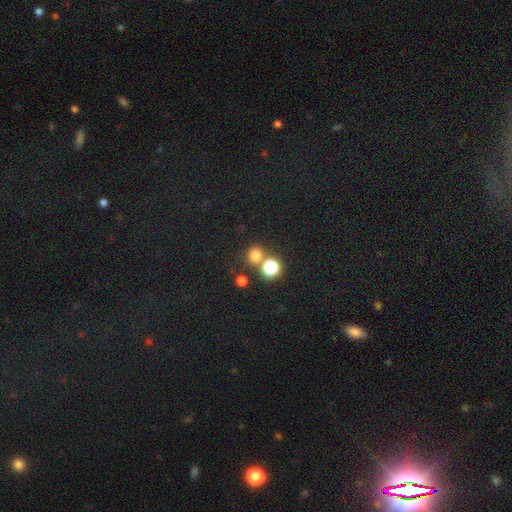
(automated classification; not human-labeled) Smooth or featured: smooth — 71% (star or artifact — 23%)
How rounded: round — 84% (in between — 15%)
Merging: none — 71% (merger — 18%)